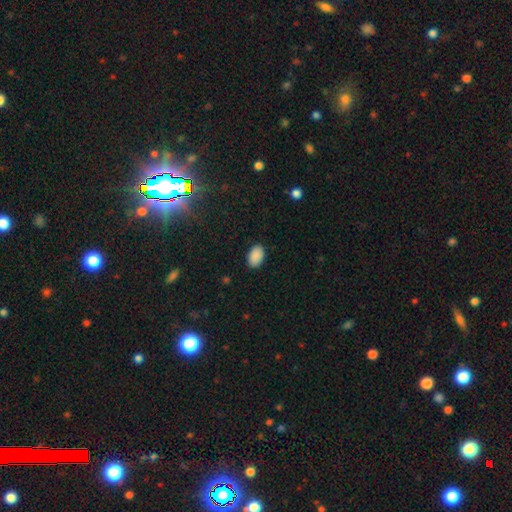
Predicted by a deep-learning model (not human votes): smooth 90%, star or artifact 7%, featured or disk 3%. Down the decision tree: how rounded — in between (91%); merging — none (88%).